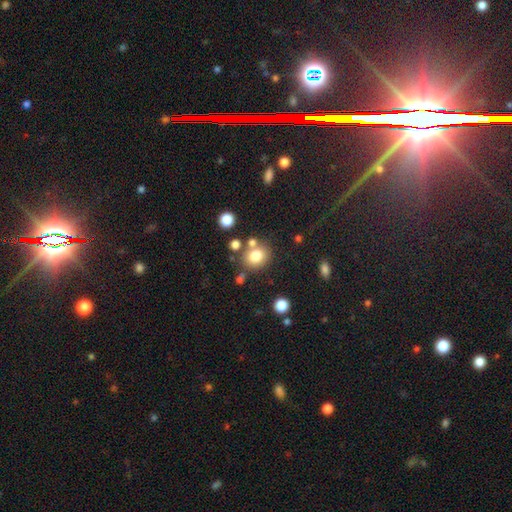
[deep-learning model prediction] Smooth or featured? smooth (78%)
How rounded? round (71%)
Merging? none (70%)